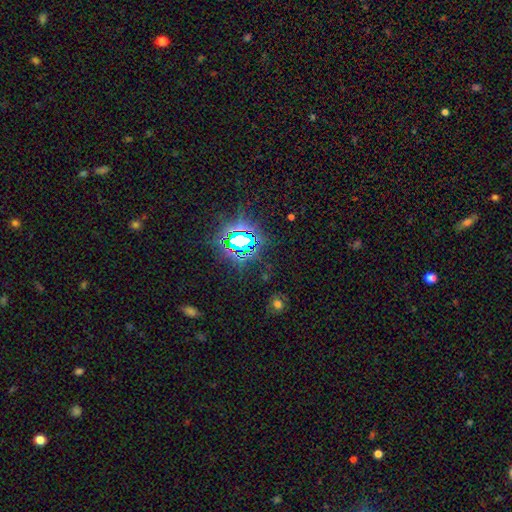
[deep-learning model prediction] This appears to be a star or artifact, not a galaxy (78%).